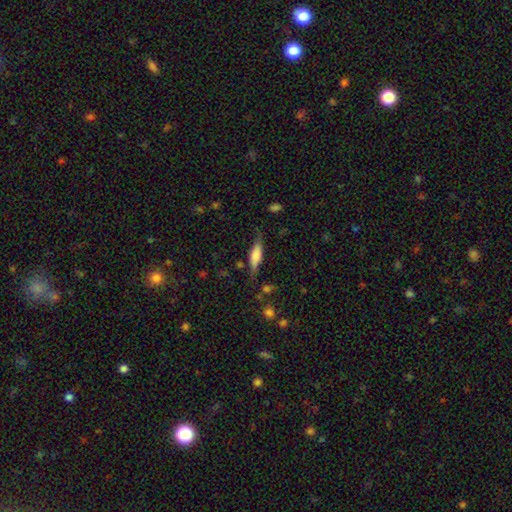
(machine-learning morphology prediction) This appears to be a smooth galaxy with no disk features (56%) that is cigar-shaped (56%). Merging: none (65%).